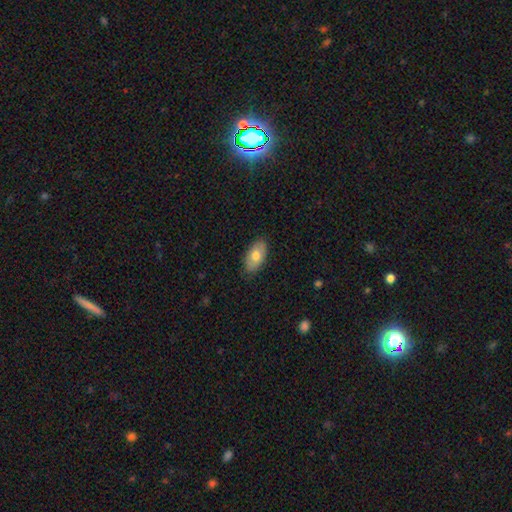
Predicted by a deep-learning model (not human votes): smooth_or_featured: smooth (p=0.74) [alt: featured or disk p=0.19]
how_rounded: in between (p=0.93) [alt: round p=0.04]
merging: none (p=0.84) [alt: minor disturbance p=0.12]